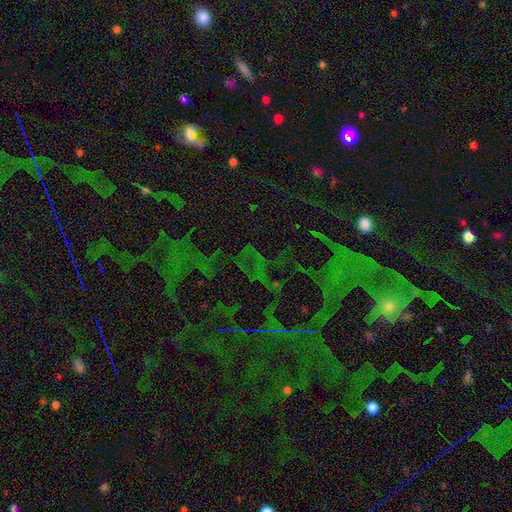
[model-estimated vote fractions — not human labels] The model was most divided on "smooth or featured": star or artifact: 72%, smooth: 16%, featured or disk: 12%.